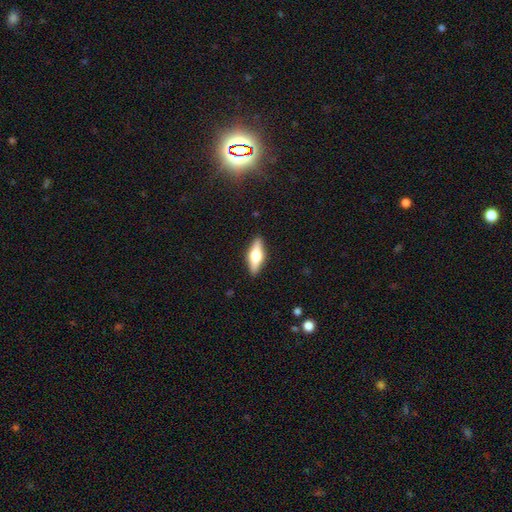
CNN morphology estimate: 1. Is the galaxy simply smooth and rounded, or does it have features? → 52% featured or disk, 42% smooth, 6% star or artifact.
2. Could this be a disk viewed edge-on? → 93% yes, 7% no.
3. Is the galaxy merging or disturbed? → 89% none, 8% minor disturbance, 2% major disturbance, 1% merger.